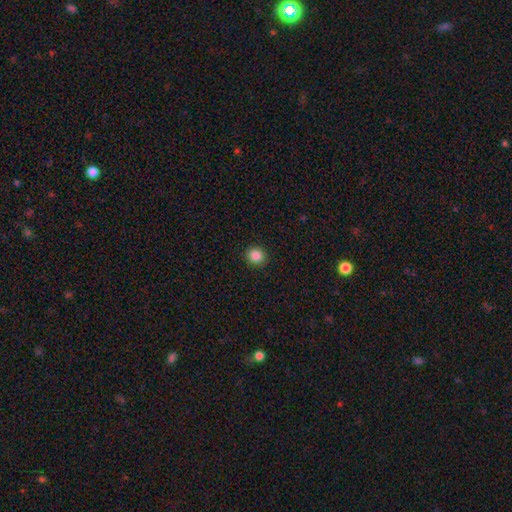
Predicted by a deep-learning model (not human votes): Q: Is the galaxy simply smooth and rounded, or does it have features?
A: smooth — 86%.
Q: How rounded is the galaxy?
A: round — 91%.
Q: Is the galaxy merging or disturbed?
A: none — 92%.